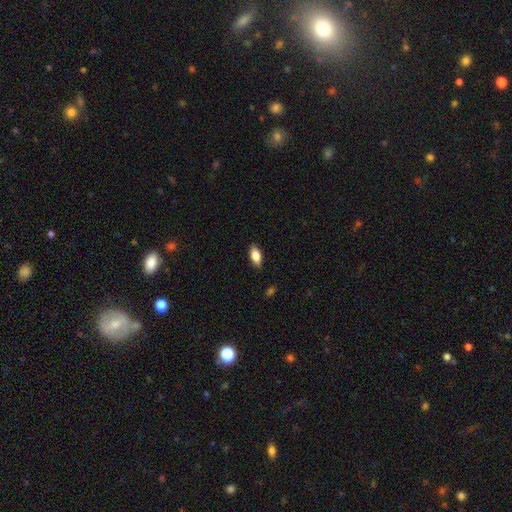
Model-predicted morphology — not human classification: Q: Smooth or featured?
A: smooth (79%); runner-up: featured or disk (14%)
Q: How rounded?
A: in between (86%); runner-up: cigar-shaped (11%)
Q: Merging?
A: none (87%); runner-up: minor disturbance (10%)